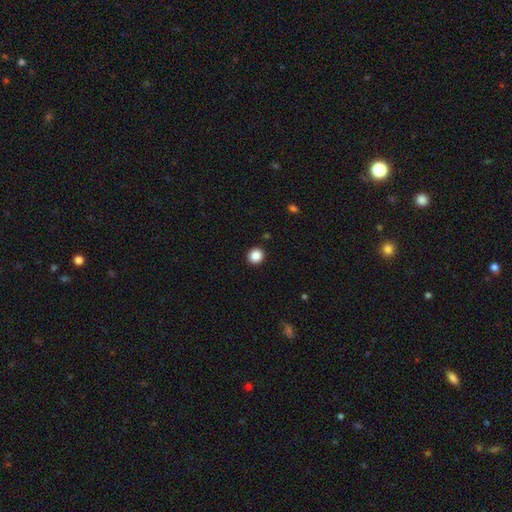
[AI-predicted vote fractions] A smooth galaxy with no disk features (87%) that is round (89%). Merging: none (92%).